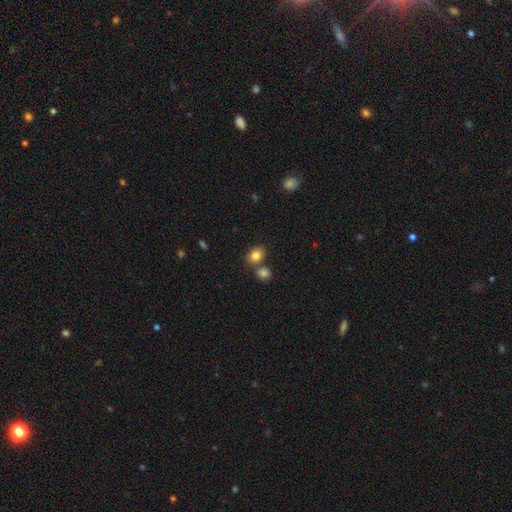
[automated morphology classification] smooth_or_featured: smooth (p=0.83) [alt: star or artifact p=0.10]
how_rounded: in between (p=0.59) [alt: round p=0.40]
merging: none (p=0.62) [alt: merger p=0.24]